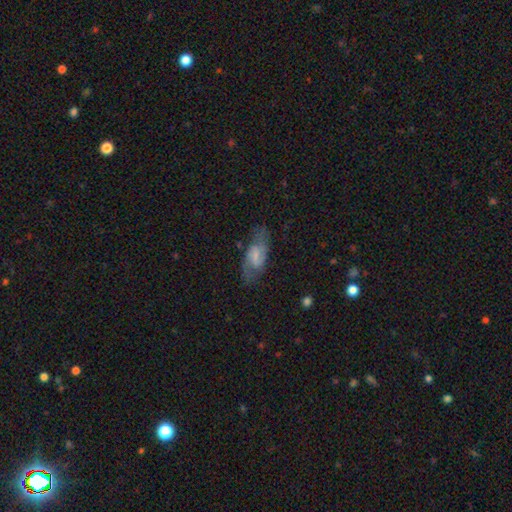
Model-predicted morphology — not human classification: Q: Smooth or featured?
A: featured or disk (66%); runner-up: smooth (26%)
Q: Edge-on disk?
A: no (94%); runner-up: yes (6%)
Q: Bar?
A: weak (55%); runner-up: strong (25%)
Q: Spiral arms?
A: yes (88%); runner-up: no (12%)
Q: Spiral winding?
A: medium (51%); runner-up: loose (28%)
Q: Spiral arm count?
A: 2 (85%); runner-up: can't tell (9%)
Q: Bulge size?
A: small (43%); runner-up: none (28%)
Q: Merging?
A: none (71%); runner-up: minor disturbance (18%)